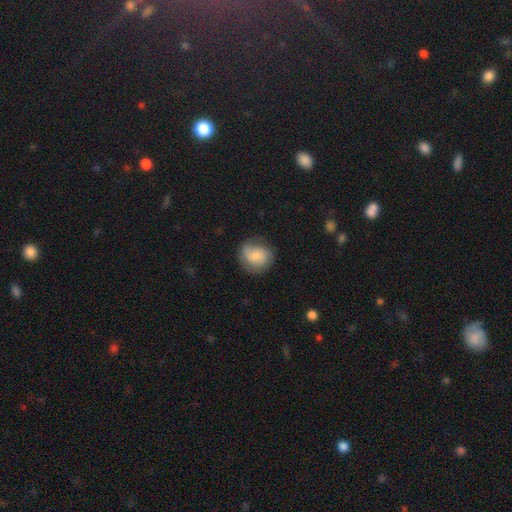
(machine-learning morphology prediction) Overall: smooth (64%; featured or disk 28%). How rounded: round (75%). Merging: none (65%).